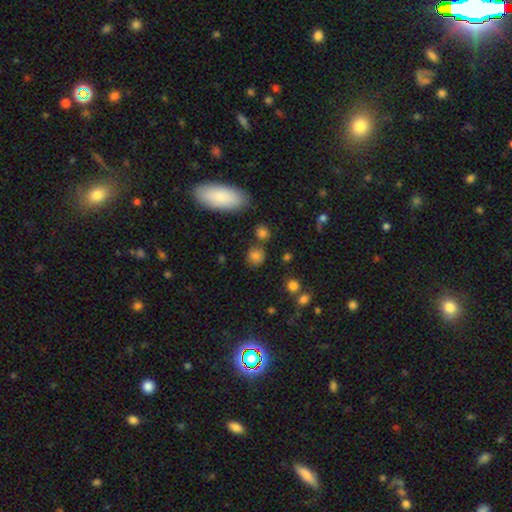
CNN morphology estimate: smooth-or-featured: smooth: 80% | star or artifact: 13% | featured or disk: 7%
  how-rounded: round: 76% | in between: 22% | cigar-shaped: 1%
  merging: none: 75% | minor disturbance: 13% | merger: 8% | major disturbance: 4%